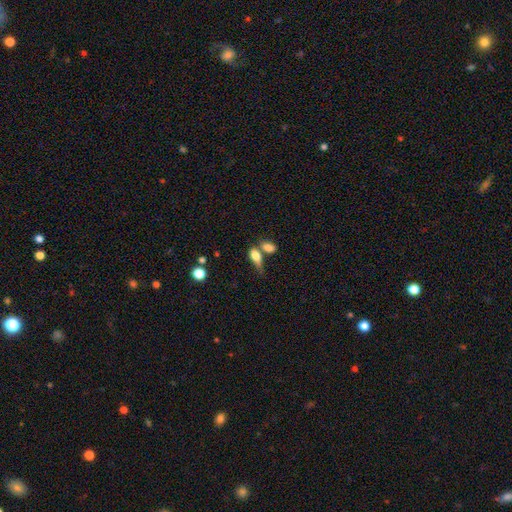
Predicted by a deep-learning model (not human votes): smooth-or-featured: smooth: 79% | featured or disk: 13% | star or artifact: 8%
  how-rounded: in between: 81% | cigar-shaped: 11% | round: 8%
  merging: merger: 43% | none: 29% | minor disturbance: 17% | major disturbance: 11%